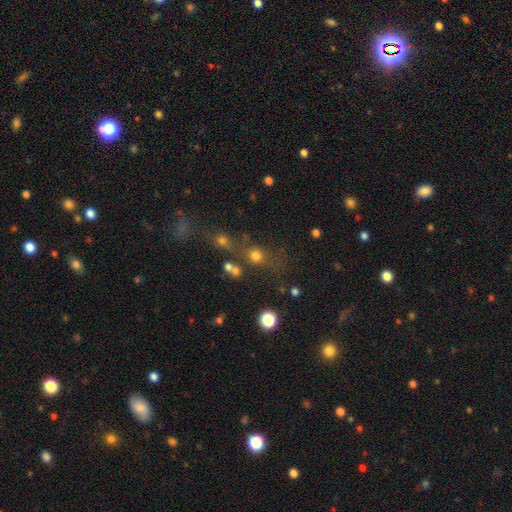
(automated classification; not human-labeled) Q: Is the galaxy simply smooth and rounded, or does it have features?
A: smooth — 70%.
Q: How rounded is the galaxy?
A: round — 76%.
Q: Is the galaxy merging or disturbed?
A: none — 55%.